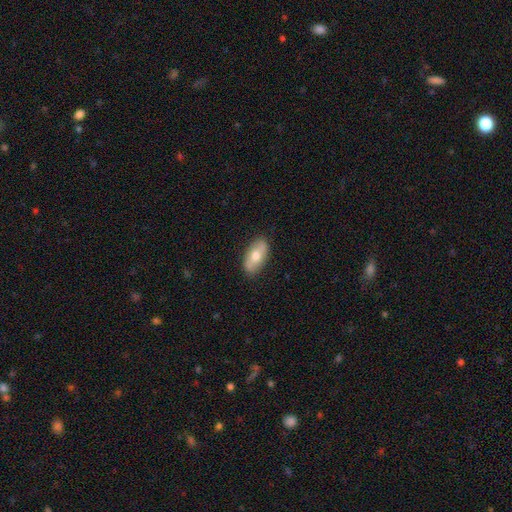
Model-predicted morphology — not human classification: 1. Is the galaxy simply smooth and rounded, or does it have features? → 60% smooth, 34% featured or disk, 6% star or artifact.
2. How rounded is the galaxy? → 90% in between, 6% cigar-shaped, 4% round.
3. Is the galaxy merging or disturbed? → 84% none, 12% minor disturbance, 2% major disturbance, 1% merger.